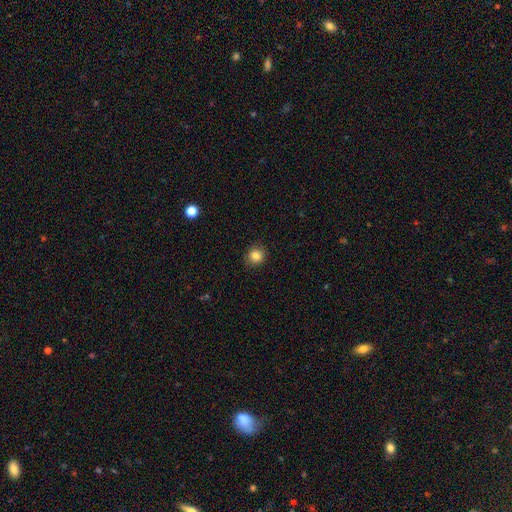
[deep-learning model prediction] Q: Smooth or featured?
A: smooth (84%); runner-up: star or artifact (11%)
Q: How rounded?
A: round (88%); runner-up: in between (11%)
Q: Merging?
A: none (90%); runner-up: minor disturbance (7%)